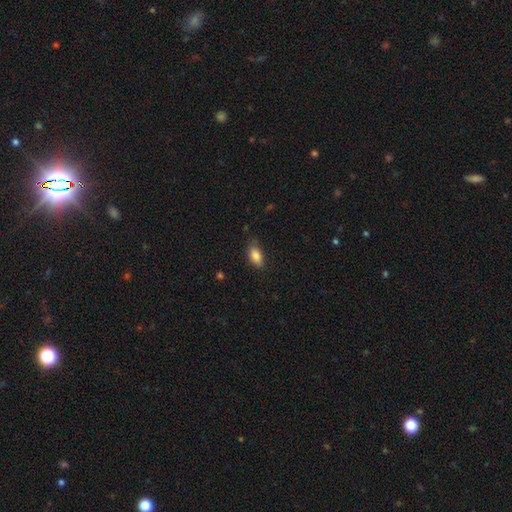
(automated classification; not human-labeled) A smooth galaxy with no disk features (85%) that is in between round and cigar-shaped (88%). Merging: none (78%).